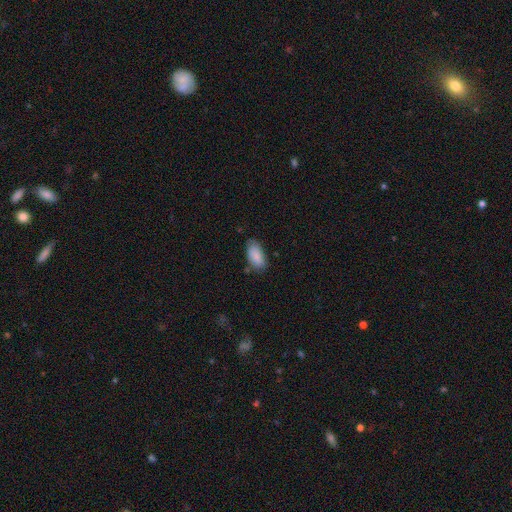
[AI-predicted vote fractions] A smooth galaxy with no disk features (87%) that is in between round and cigar-shaped (93%). Merging: none (72%).